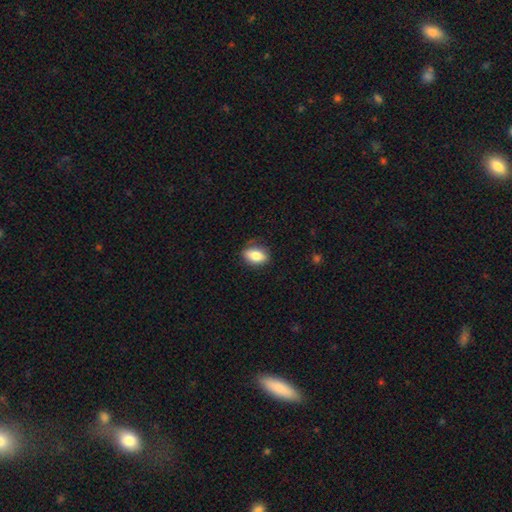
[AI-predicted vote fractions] smooth-or-featured: smooth: 81% | featured or disk: 11% | star or artifact: 7%
  how-rounded: in between: 85% | round: 12% | cigar-shaped: 4%
  merging: none: 80% | minor disturbance: 15% | major disturbance: 3% | merger: 1%